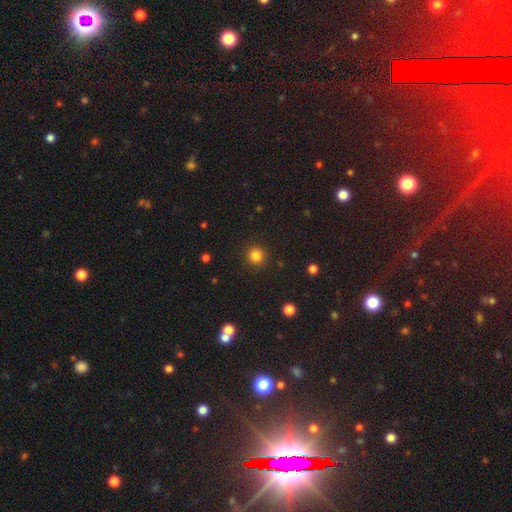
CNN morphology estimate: Smooth or featured? smooth (83%)
How rounded? round (95%)
Merging? none (92%)